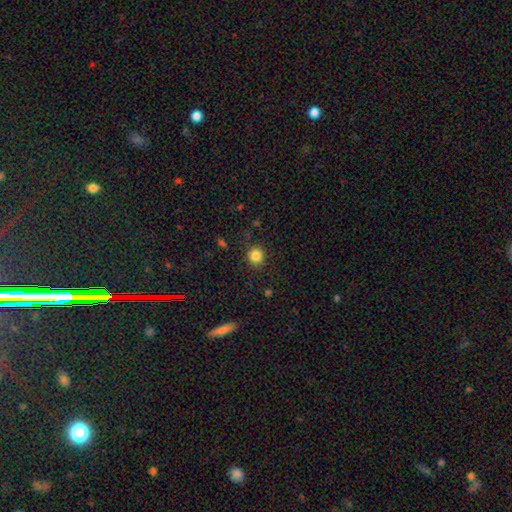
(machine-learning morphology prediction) Smooth or featured?
  - smooth: 84% *
  - star or artifact: 11%
  - featured or disk: 5%
How rounded?
  - round: 88% *
  - in between: 11%
  - cigar-shaped: 1%
Merging?
  - none: 89% *
  - minor disturbance: 7%
  - major disturbance: 2%
  - merger: 1%